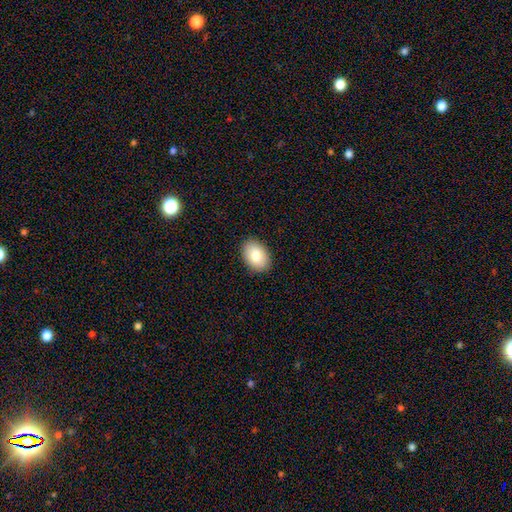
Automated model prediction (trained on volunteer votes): A smooth galaxy with no disk features (82%) that is in between round and cigar-shaped (82%). Merging: none (89%).